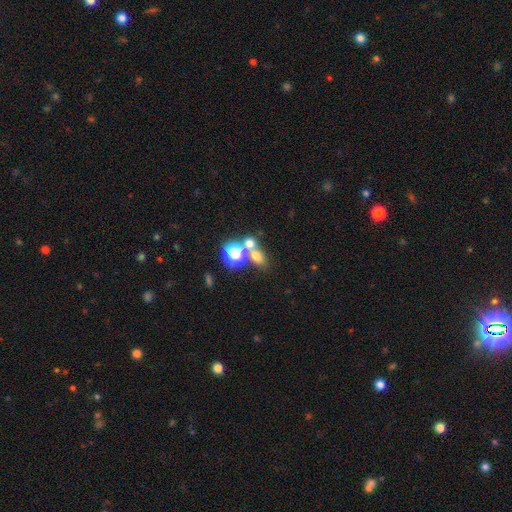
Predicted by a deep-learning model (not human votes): Smooth or featured? Predicted: smooth (p=0.62). How rounded? Predicted: round (p=0.49). Merging? Predicted: none (p=0.52).